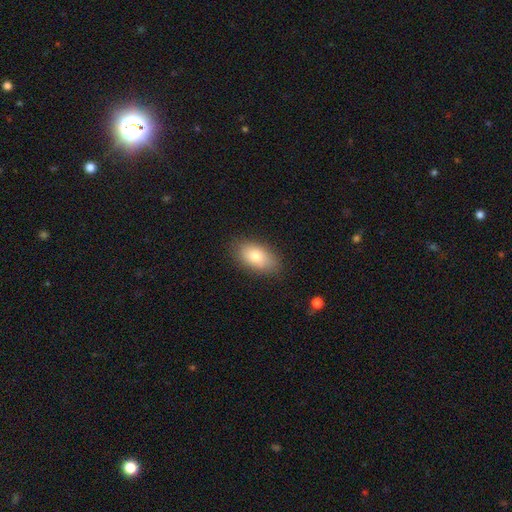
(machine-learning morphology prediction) smooth-or-featured: smooth: 80% | featured or disk: 12% | star or artifact: 7%
  how-rounded: in between: 92% | round: 6% | cigar-shaped: 3%
  merging: none: 84% | minor disturbance: 12% | major disturbance: 3% | merger: 1%